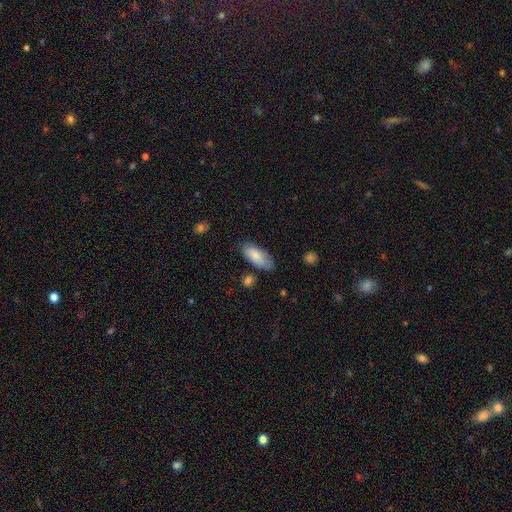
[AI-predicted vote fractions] Overall: smooth (82%). How rounded: in between (83%). Merging: none (73%).